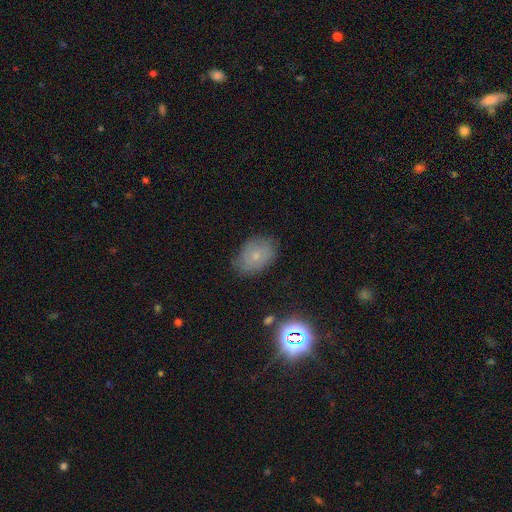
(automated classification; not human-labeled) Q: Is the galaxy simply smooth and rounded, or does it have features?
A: smooth — 60%.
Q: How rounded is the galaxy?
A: in between — 75%.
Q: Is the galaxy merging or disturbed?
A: none — 74%.